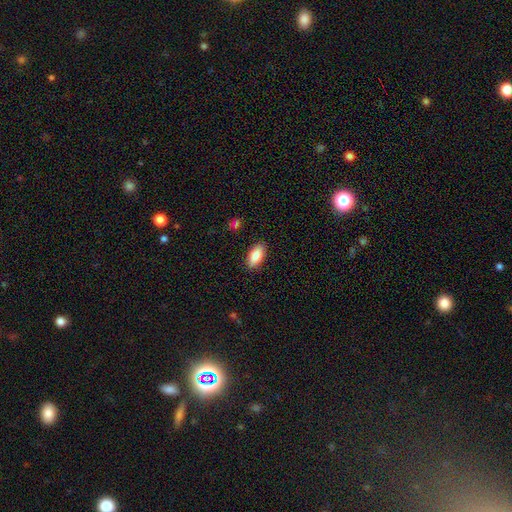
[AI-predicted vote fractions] This is clearly a smooth galaxy (86%). How rounded: clearly in between (90%). Merging: clearly none (88%).